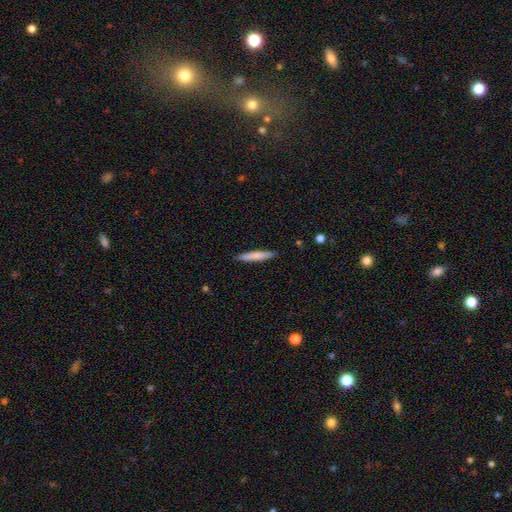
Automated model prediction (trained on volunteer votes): smooth_or_featured: smooth (p=0.74) [alt: featured or disk p=0.20]
how_rounded: cigar-shaped (p=0.94) [alt: in between p=0.05]
merging: none (p=0.90) [alt: minor disturbance p=0.07]